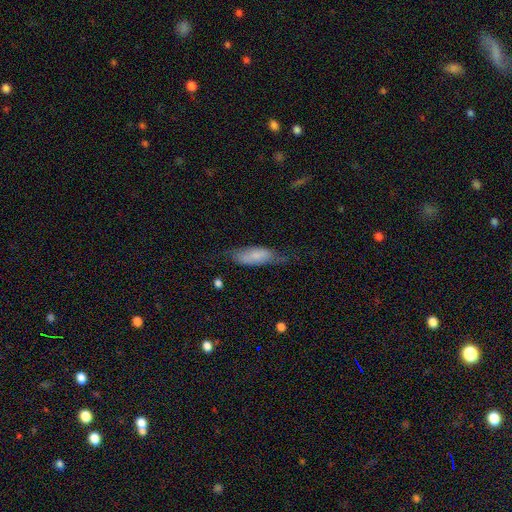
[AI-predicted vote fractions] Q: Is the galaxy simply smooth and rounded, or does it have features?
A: smooth — 62%.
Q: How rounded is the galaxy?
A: in between — 69%.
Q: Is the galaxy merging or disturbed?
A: none — 50%.